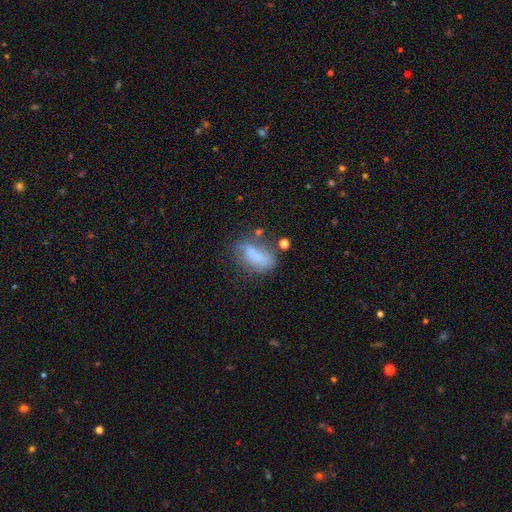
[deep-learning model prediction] smooth_or_featured: smooth (p=0.65) [alt: featured or disk p=0.24]
how_rounded: in between (p=0.82) [alt: cigar-shaped p=0.12]
merging: none (p=0.40) [alt: minor disturbance p=0.28]